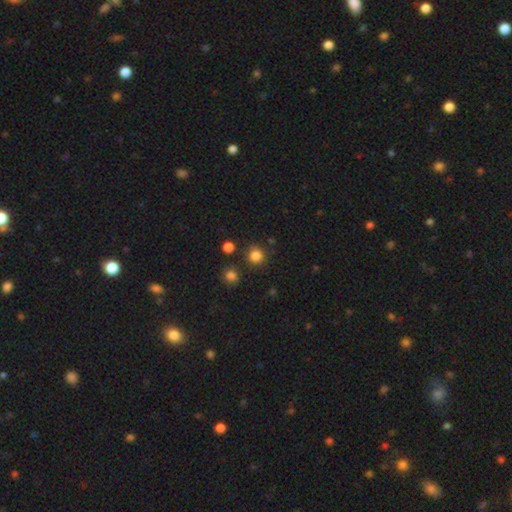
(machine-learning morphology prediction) smooth 82%, star or artifact 13%, featured or disk 4%. Down the decision tree: how rounded — round (91%); merging — none (83%).